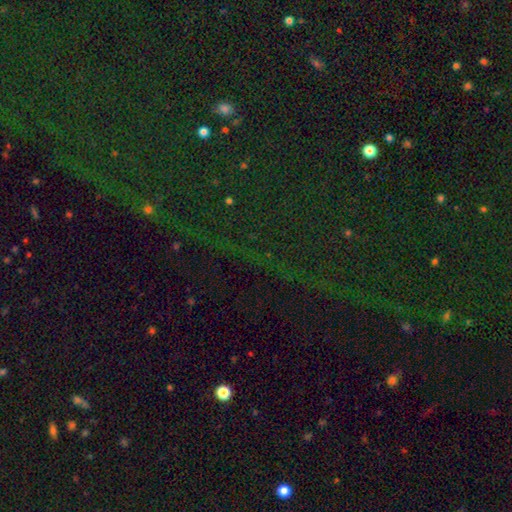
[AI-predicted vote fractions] A star or artifact, not a galaxy (79%).